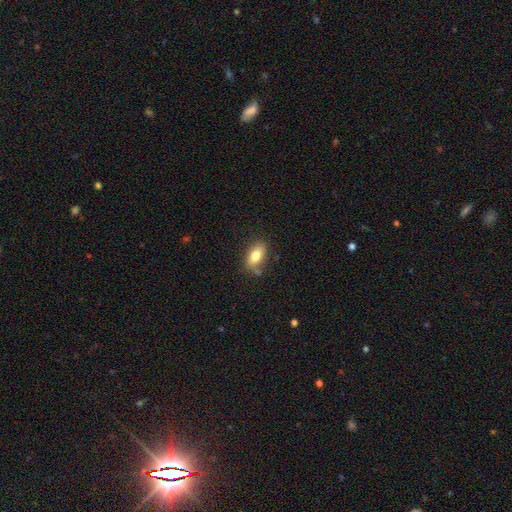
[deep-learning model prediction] Smooth or featured? smooth (77%)
How rounded? in between (87%)
Merging? none (72%)